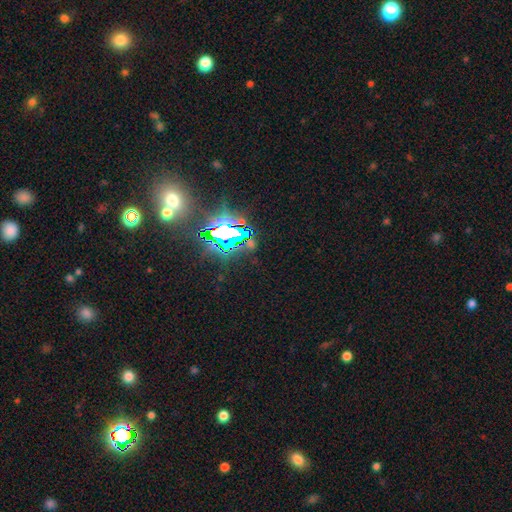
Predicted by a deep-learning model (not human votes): This is likely a star or artifact rather than a galaxy (80%).